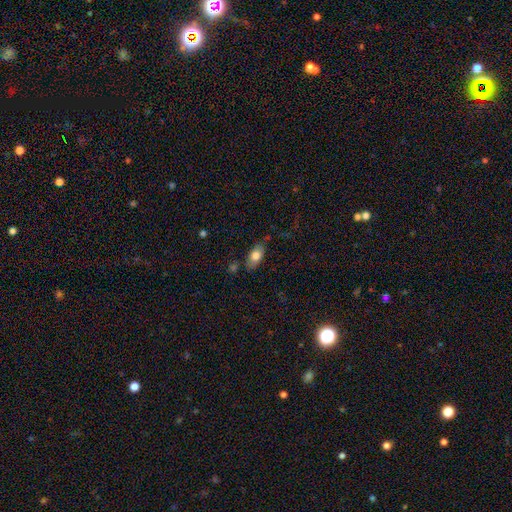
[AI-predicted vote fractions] Smooth or featured? Predicted: smooth (p=0.74). How rounded? Predicted: in between (p=0.88). Merging? Predicted: none (p=0.74).